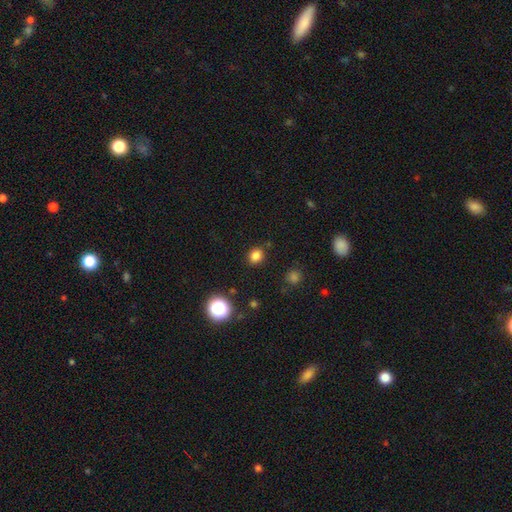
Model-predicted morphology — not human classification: Smooth or featured: smooth — 81% (star or artifact — 15%)
How rounded: round — 72% (in between — 27%)
Merging: none — 87% (minor disturbance — 8%)